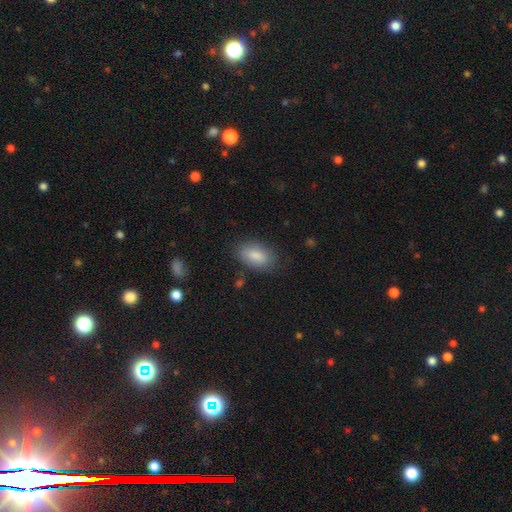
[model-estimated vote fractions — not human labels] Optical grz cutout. It shows a smooth galaxy with no disk features (86%) that is in between round and cigar-shaped (92%). Merging: none (80%).